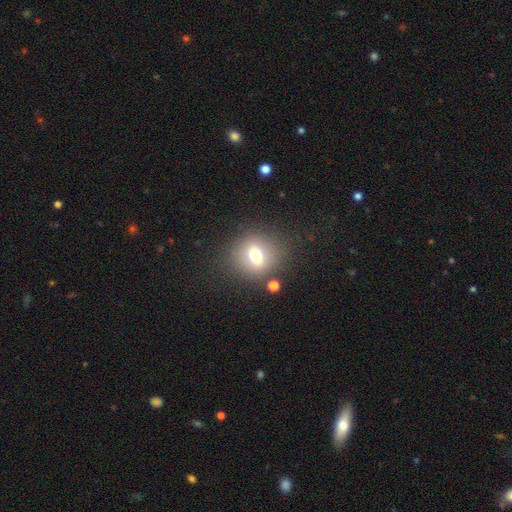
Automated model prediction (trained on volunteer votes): Smooth or featured: smooth — 68% (featured or disk — 18%)
How rounded: round — 66% (in between — 32%)
Merging: none — 77% (minor disturbance — 11%)